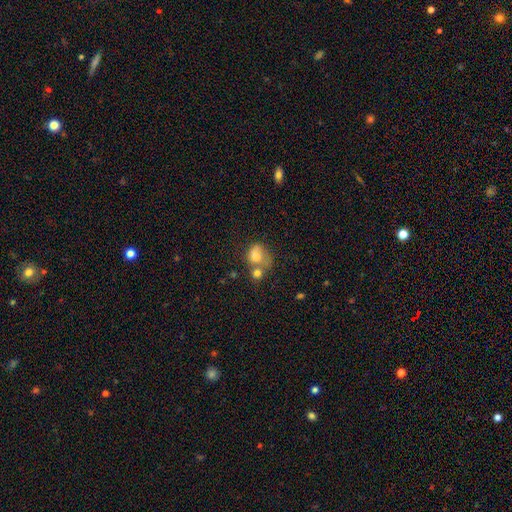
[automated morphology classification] Smooth or featured?
  - smooth: 71% *
  - featured or disk: 17%
  - star or artifact: 12%
How rounded?
  - round: 50% *
  - in between: 48%
  - cigar-shaped: 1%
Merging?
  - merger: 41% *
  - none: 28%
  - minor disturbance: 17%
  - major disturbance: 14%